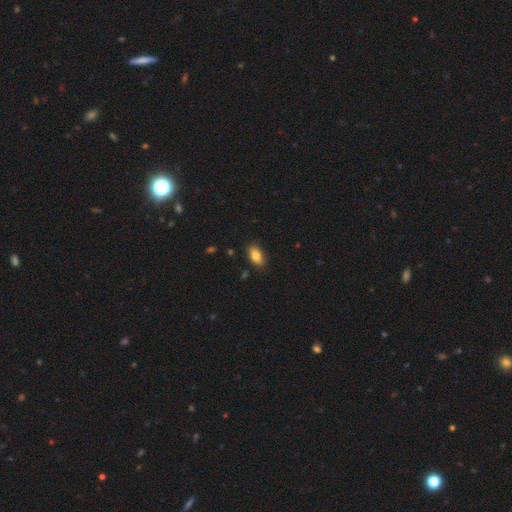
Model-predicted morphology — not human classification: Smooth or featured? Predicted: smooth (p=0.86). How rounded? Predicted: in between (p=0.91). Merging? Predicted: none (p=0.85).